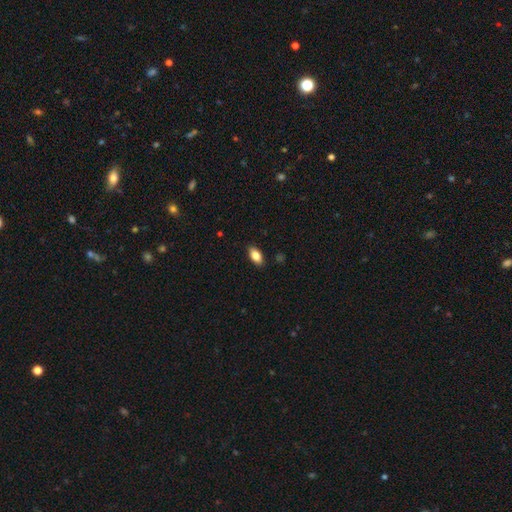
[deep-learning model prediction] This is clearly a smooth galaxy (82%). How rounded: clearly in between (90%). Merging: clearly none (88%).